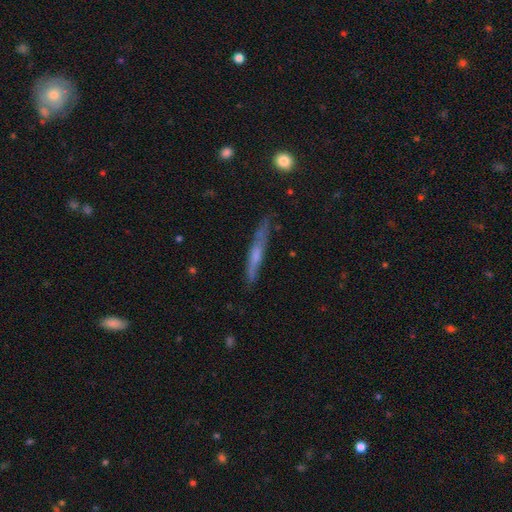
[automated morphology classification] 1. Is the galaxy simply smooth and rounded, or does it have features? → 48% featured or disk, 46% smooth, 7% star or artifact.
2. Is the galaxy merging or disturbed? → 74% none, 20% minor disturbance, 4% major disturbance, 2% merger.